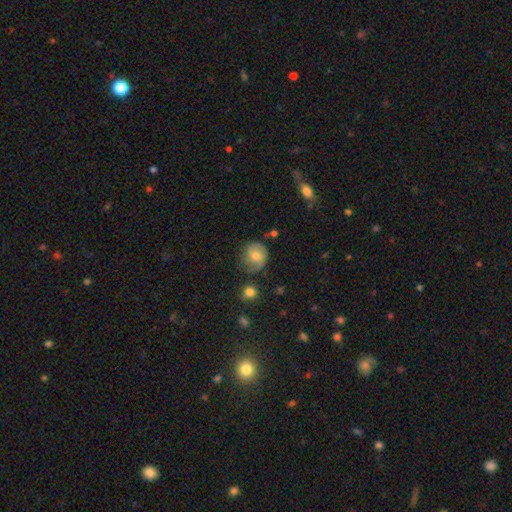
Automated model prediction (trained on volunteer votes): This is likely a smooth galaxy (64%). How rounded: likely round (78%). Merging: possibly none (57%).